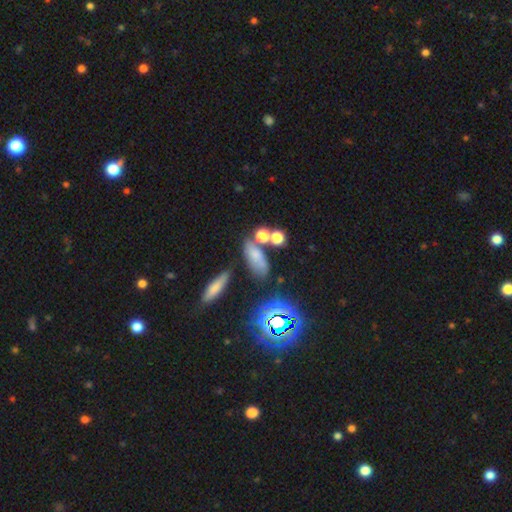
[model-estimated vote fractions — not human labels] This appears to be a smooth galaxy with no disk features (63%) that is in between round and cigar-shaped (72%). Merging: none (53%).